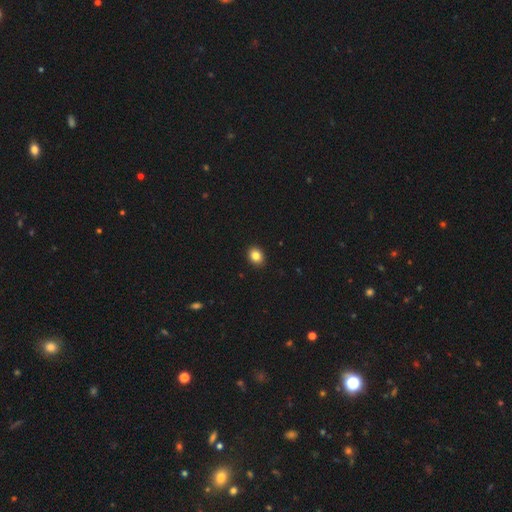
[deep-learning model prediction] A smooth galaxy with no disk features (84%) that is round (50%).

Vote fractions:
- Smooth or featured? smooth: 84% / star or artifact: 10% / featured or disk: 6%
- How rounded? round: 50% / in between: 49% / cigar-shaped: 1%
- Merging? none: 92% / minor disturbance: 6% / major disturbance: 1% / merger: 1%